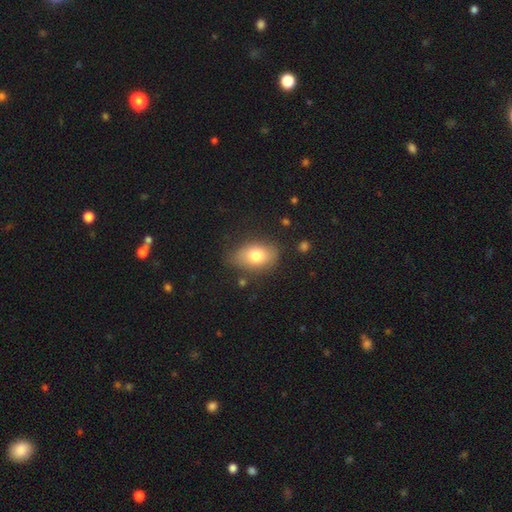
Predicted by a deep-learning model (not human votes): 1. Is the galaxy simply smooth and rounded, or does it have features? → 77% smooth, 15% featured or disk, 8% star or artifact.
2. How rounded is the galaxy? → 83% in between, 15% round, 2% cigar-shaped.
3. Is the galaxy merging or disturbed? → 74% none, 19% minor disturbance, 5% major disturbance, 2% merger.